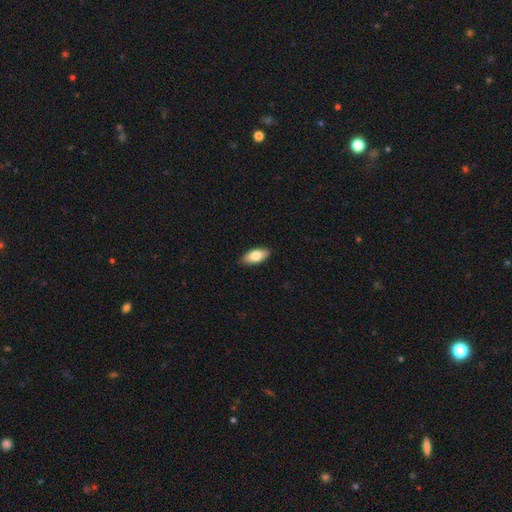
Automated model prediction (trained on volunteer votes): smooth-or-featured: smooth: 81% | featured or disk: 13% | star or artifact: 6%
  how-rounded: in between: 89% | cigar-shaped: 8% | round: 2%
  merging: none: 89% | minor disturbance: 9% | major disturbance: 2% | merger: 1%